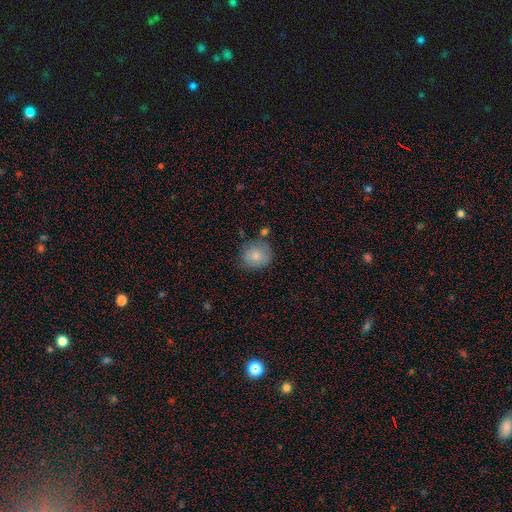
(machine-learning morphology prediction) smooth_or_featured: smooth (p=0.81) [alt: featured or disk p=0.12]
how_rounded: round (p=0.78) [alt: in between p=0.21]
merging: none (p=0.69) [alt: minor disturbance p=0.20]